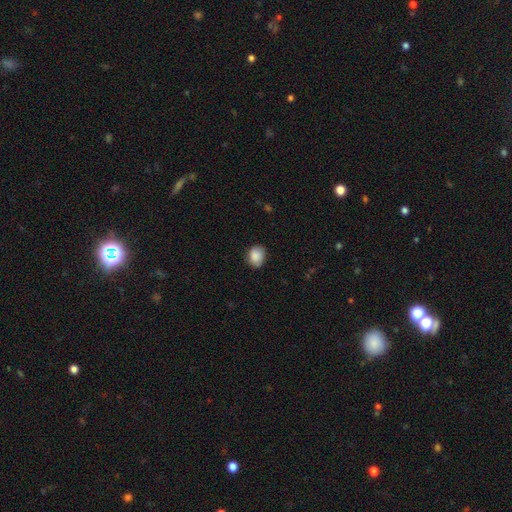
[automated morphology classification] Q: Smooth or featured?
A: smooth (87%); runner-up: star or artifact (8%)
Q: How rounded?
A: round (52%); runner-up: in between (47%)
Q: Merging?
A: none (76%); runner-up: minor disturbance (20%)